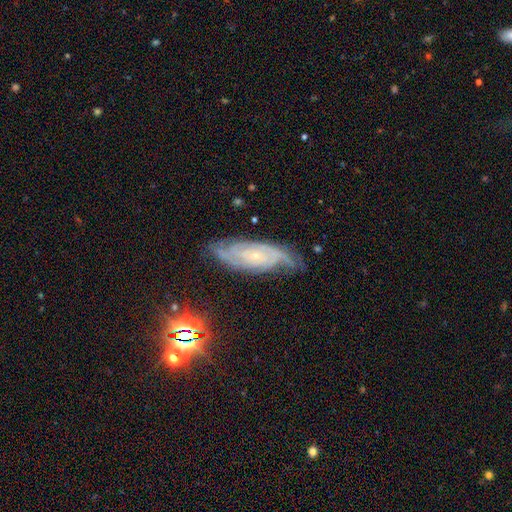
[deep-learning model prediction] Smooth or featured? Predicted: featured or disk (p=0.82). Edge-on disk? Predicted: no (p=0.90). Bar? Predicted: no (p=0.65). Spiral arms? Predicted: yes (p=0.96). Spiral winding? Predicted: tight (p=0.62). Spiral arm count? Predicted: 2 (p=0.42). Bulge size? Predicted: small (p=0.81). Merging? Predicted: none (p=0.71).